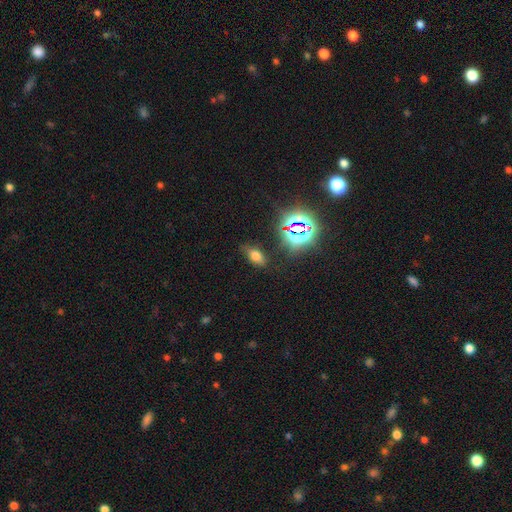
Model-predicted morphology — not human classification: This is likely a smooth galaxy (61%). How rounded: clearly in between (87%). Merging: likely none (79%).